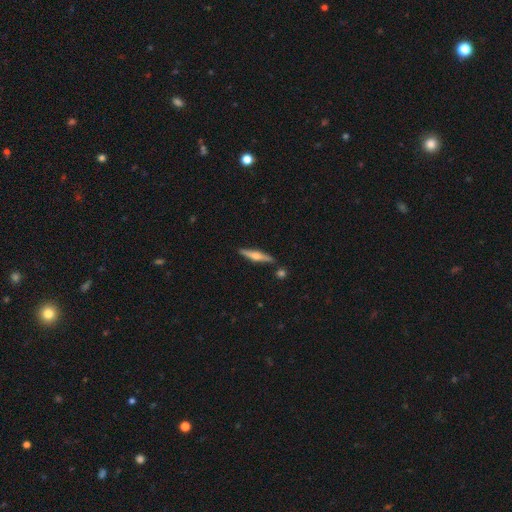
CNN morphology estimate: A featured or disk galaxy (64%) viewed edge-on (97%) with a rounded central bulge (90%).

Vote fractions:
- Smooth or featured? featured or disk: 64% / smooth: 30% / star or artifact: 6%
- Edge-on disk? yes: 97% / no: 3%
- Edge-on bulge? rounded: 90% / boxy: 5% / none: 4%
- Merging? none: 85% / minor disturbance: 9% / merger: 4% / major disturbance: 2%